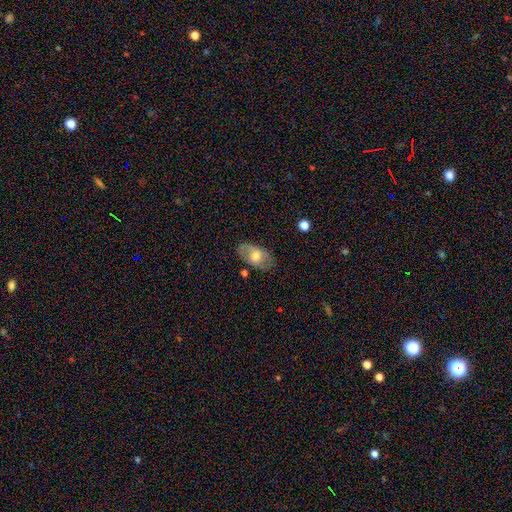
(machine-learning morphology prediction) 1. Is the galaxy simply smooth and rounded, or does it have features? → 52% smooth, 41% featured or disk, 7% star or artifact.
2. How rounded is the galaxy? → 90% in between, 8% round, 2% cigar-shaped.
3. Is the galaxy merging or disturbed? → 72% none, 20% minor disturbance, 6% major disturbance, 2% merger.